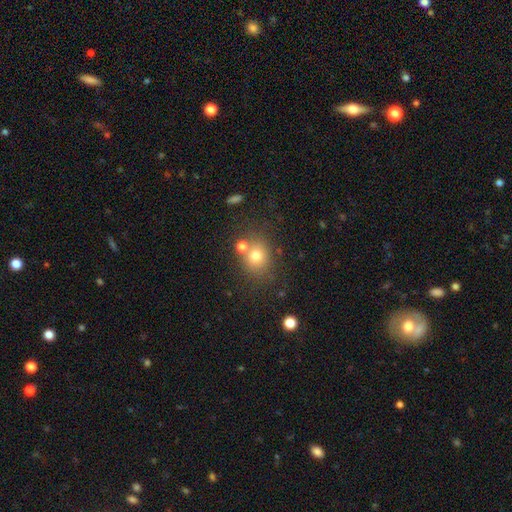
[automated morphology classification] Smooth or featured? Predicted: smooth (p=0.73). How rounded? Predicted: round (p=0.74). Merging? Predicted: none (p=0.65).